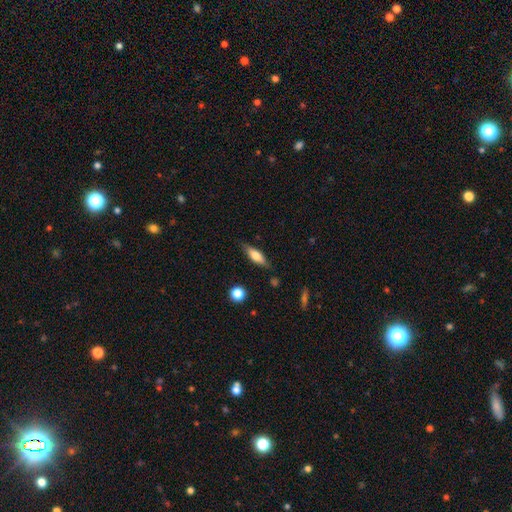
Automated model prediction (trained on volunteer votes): This is likely a smooth galaxy (61%). How rounded: possibly in between (52%). Merging: likely none (80%).